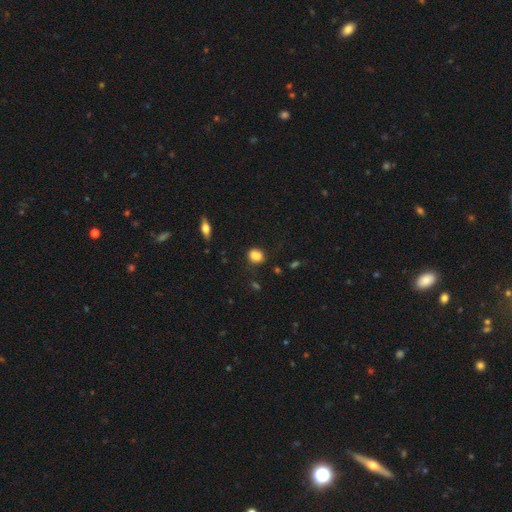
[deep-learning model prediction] This is likely a smooth galaxy (79%). How rounded: possibly round (50%). Merging: possibly none (54%).